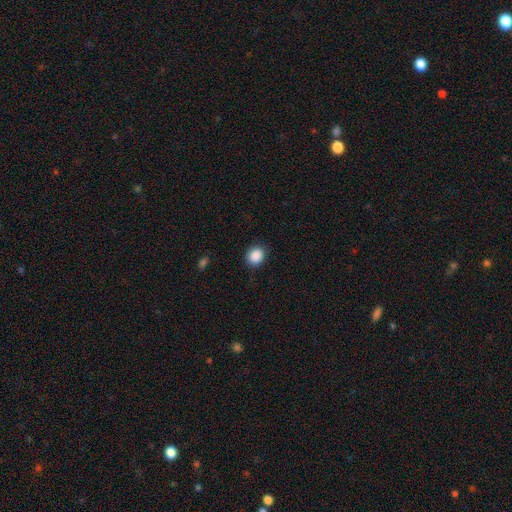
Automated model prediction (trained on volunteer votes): The model was most divided on "how rounded": round: 70%, in between: 29%, cigar-shaped: 1%. More confident: smooth or featured — smooth (89%); merging — none (86%).